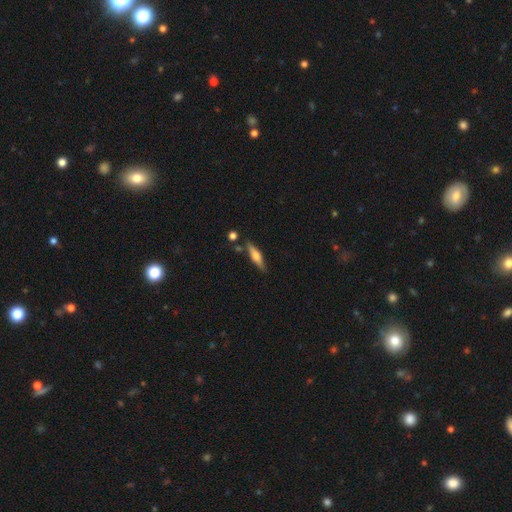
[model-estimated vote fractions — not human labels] Smooth or featured? Predicted: featured or disk (p=0.54). Edge-on disk? Predicted: yes (p=0.95). Edge-on bulge? Predicted: rounded (p=0.87). Merging? Predicted: none (p=0.81).